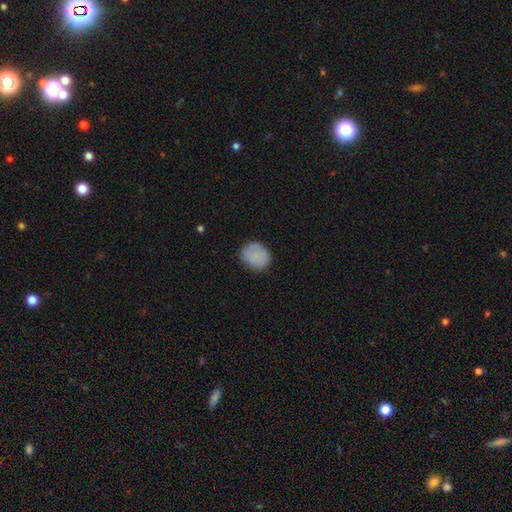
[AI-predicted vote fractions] The model was most divided on "how rounded": round: 64%, in between: 35%, cigar-shaped: 1%. More confident: smooth or featured — smooth (86%); merging — none (80%).